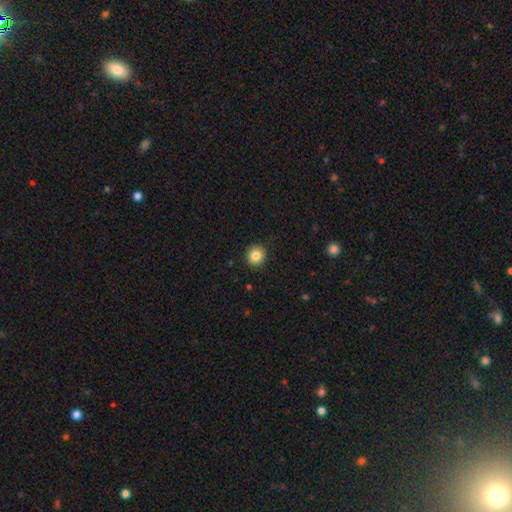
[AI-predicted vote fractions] Smooth or featured?
  - smooth: 84% *
  - star or artifact: 10%
  - featured or disk: 6%
How rounded?
  - round: 90% *
  - in between: 10%
  - cigar-shaped: 1%
Merging?
  - none: 91% *
  - minor disturbance: 6%
  - major disturbance: 2%
  - merger: 1%